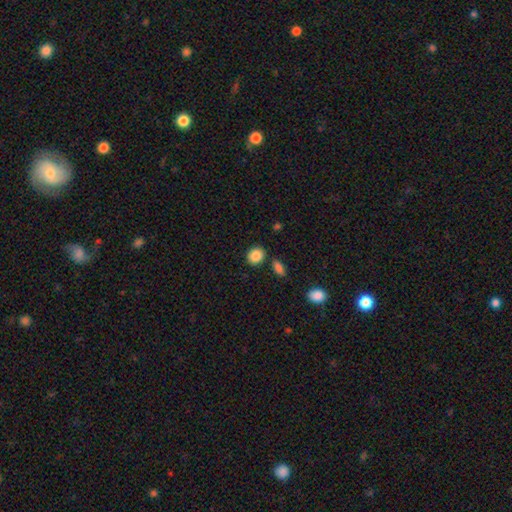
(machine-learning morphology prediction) Q: Smooth or featured?
A: smooth (88%); runner-up: star or artifact (8%)
Q: How rounded?
A: round (60%); runner-up: in between (39%)
Q: Merging?
A: none (81%); runner-up: minor disturbance (9%)